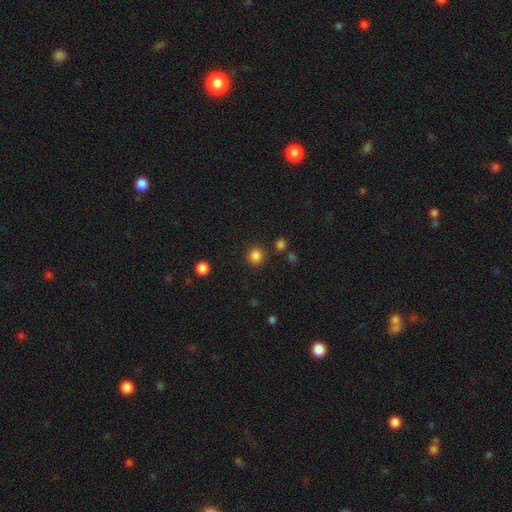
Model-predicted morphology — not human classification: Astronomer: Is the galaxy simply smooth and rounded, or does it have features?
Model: smooth — 84%.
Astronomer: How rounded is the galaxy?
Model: round — 86%.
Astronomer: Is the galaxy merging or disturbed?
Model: none — 86%.